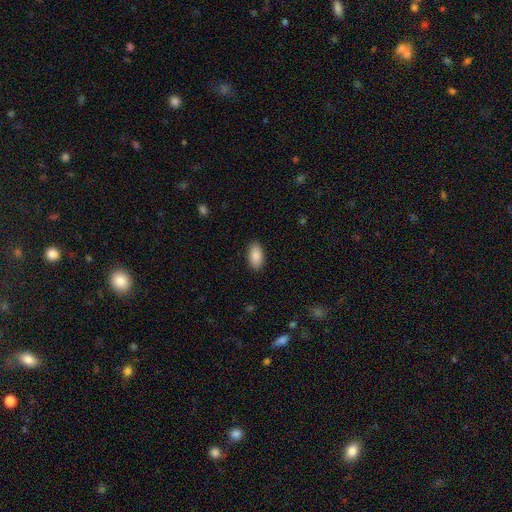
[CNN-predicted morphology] smooth_or_featured: smooth (p=0.89) [alt: star or artifact p=0.06]
how_rounded: in between (p=0.93) [alt: cigar-shaped p=0.04]
merging: none (p=0.89) [alt: minor disturbance p=0.08]